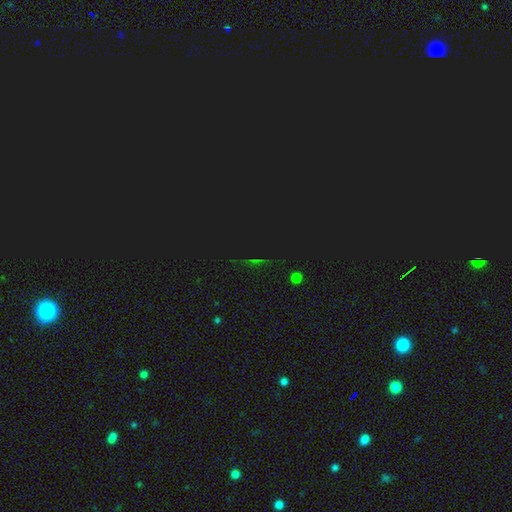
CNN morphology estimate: star or artifact 74%, smooth 15%, featured or disk 10%.